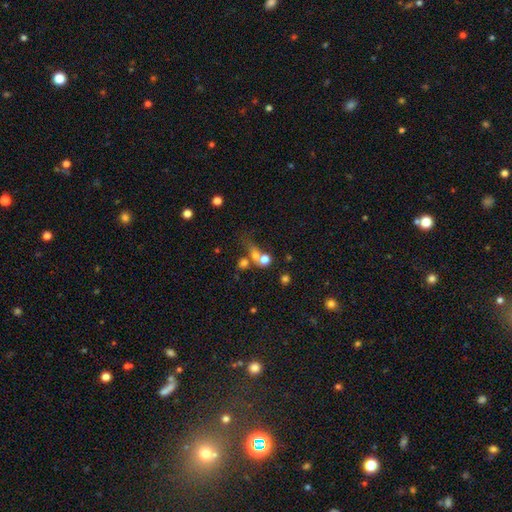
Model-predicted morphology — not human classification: Smooth or featured?
  - smooth: 64% *
  - star or artifact: 19%
  - featured or disk: 16%
How rounded?
  - round: 72% *
  - in between: 23%
  - cigar-shaped: 5%
Merging?
  - merger: 45% *
  - none: 35%
  - major disturbance: 11%
  - minor disturbance: 9%